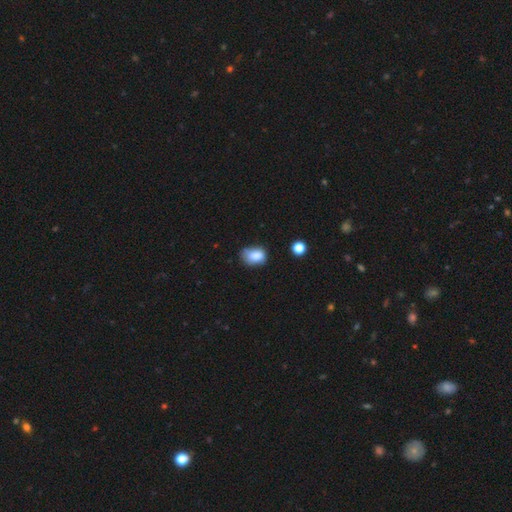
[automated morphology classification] The model was most divided on "merging": none: 49%, minor disturbance: 38%, major disturbance: 9%, merger: 4%. More confident: smooth or featured — smooth (82%); how rounded — in between (71%).